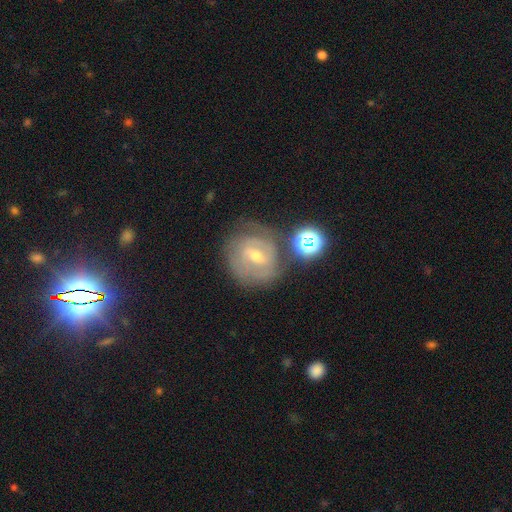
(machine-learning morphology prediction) Smooth or featured?
  - featured or disk: 70% *
  - smooth: 19%
  - star or artifact: 11%
Edge-on disk?
  - no: 96% *
  - yes: 4%
Bar?
  - weak: 53% *
  - strong: 26%
  - no: 21%
Spiral arms?
  - yes: 78% *
  - no: 22%
Spiral winding?
  - tight: 64% *
  - medium: 27%
  - loose: 8%
Spiral arm count?
  - can't tell: 44% *
  - 2: 34%
  - 3: 10%
  - 1: 5%
  - 4: 3%
  - more than 4: 3%
Bulge size?
  - moderate: 52% *
  - small: 45%
  - large: 2%
  - none: 1%
  - dominant: 1%
Merging?
  - none: 64% *
  - minor disturbance: 19%
  - major disturbance: 9%
  - merger: 8%